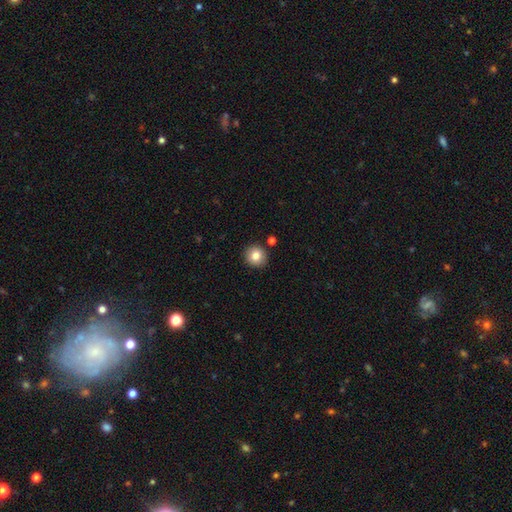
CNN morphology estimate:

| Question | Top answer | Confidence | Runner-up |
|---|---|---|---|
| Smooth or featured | smooth | 82% | star or artifact (10%) |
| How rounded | round | 93% | in between (6%) |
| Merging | none | 89% | minor disturbance (6%) |